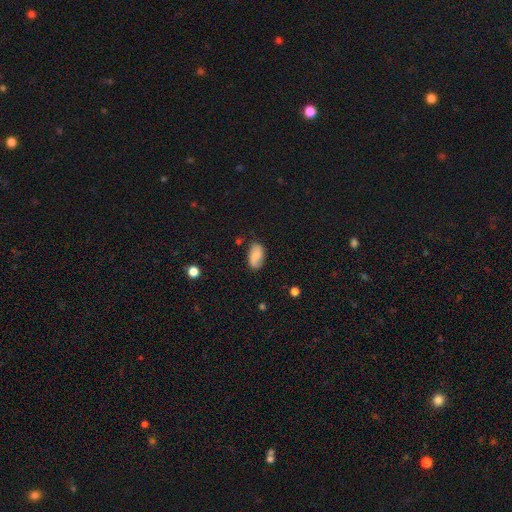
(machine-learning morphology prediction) smooth_or_featured: smooth (p=0.66) [alt: featured or disk p=0.26]
how_rounded: in between (p=0.93) [alt: round p=0.04]
merging: none (p=0.76) [alt: minor disturbance p=0.18]